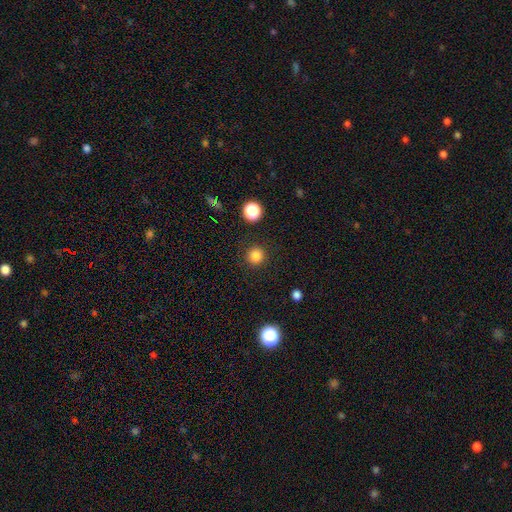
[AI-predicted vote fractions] smooth 83%, star or artifact 13%, featured or disk 4%. Down the decision tree: how rounded — round (94%); merging — none (91%).